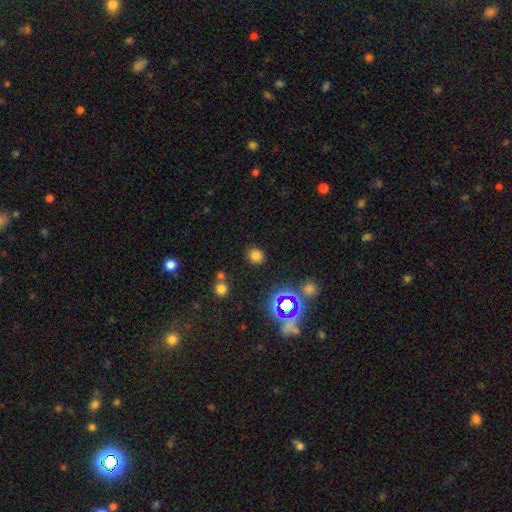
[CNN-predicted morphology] smooth_or_featured: smooth (p=0.72) [alt: star or artifact p=0.22]
how_rounded: round (p=0.81) [alt: in between p=0.18]
merging: none (p=0.86) [alt: minor disturbance p=0.08]